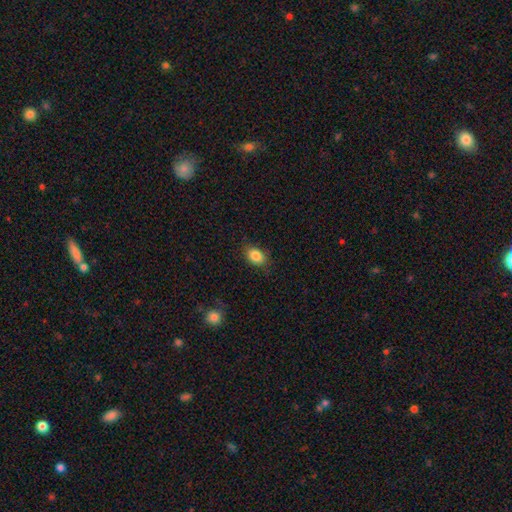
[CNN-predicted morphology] type=smooth (86%); roundness=in between (77%); merging=none (83%).